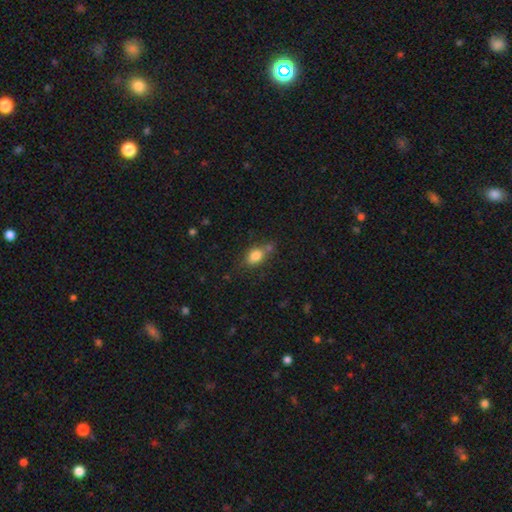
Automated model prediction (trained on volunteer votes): smooth 82%, star or artifact 9%, featured or disk 9%. Down the decision tree: how rounded — in between (76%); merging — none (58%).